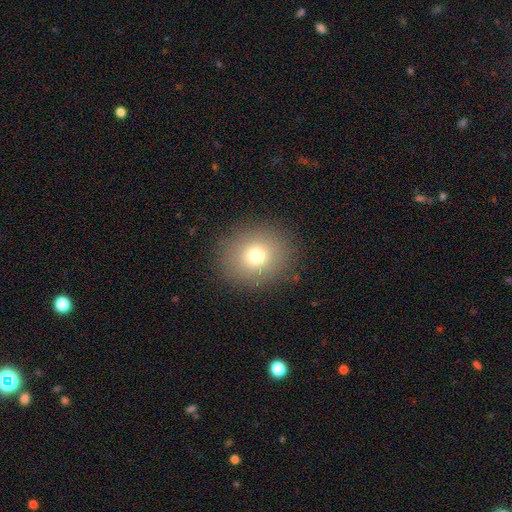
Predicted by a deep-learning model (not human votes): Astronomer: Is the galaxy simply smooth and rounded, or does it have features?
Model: smooth — 73%.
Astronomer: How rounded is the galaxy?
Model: round — 80%.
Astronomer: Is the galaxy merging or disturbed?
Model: none — 88%.